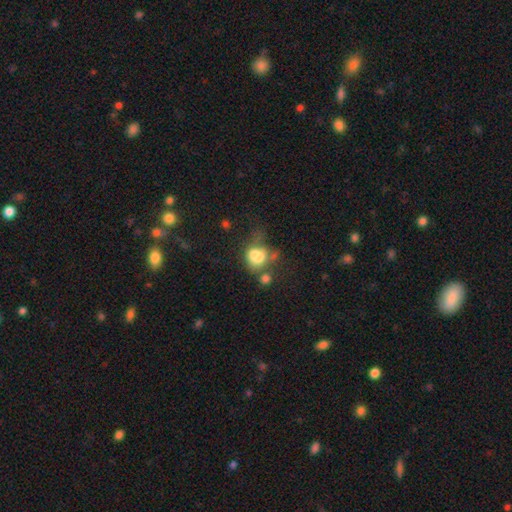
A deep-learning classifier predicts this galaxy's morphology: Smooth or featured? smooth (68%)
How rounded? in between (55%)
Merging? merger (35%)